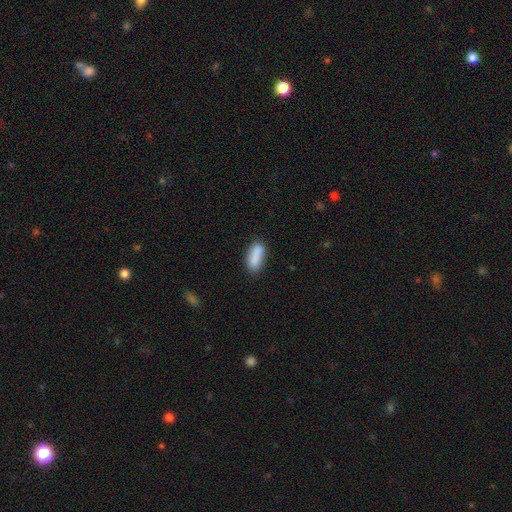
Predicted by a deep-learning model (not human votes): Overall: smooth (84%). How rounded: in between (78%). Merging: none (66%).